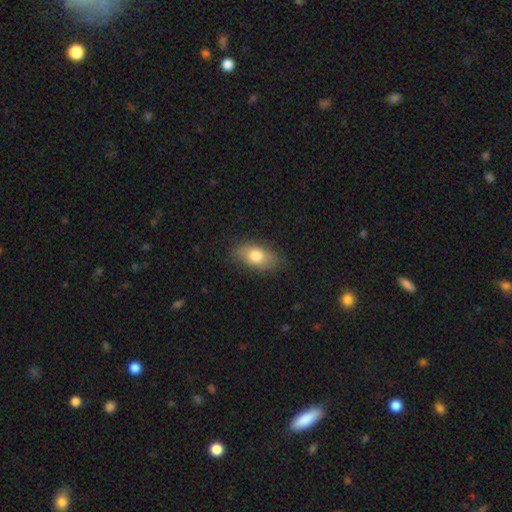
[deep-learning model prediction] Overall: smooth (77%). How rounded: in between (87%). Merging: none (81%).